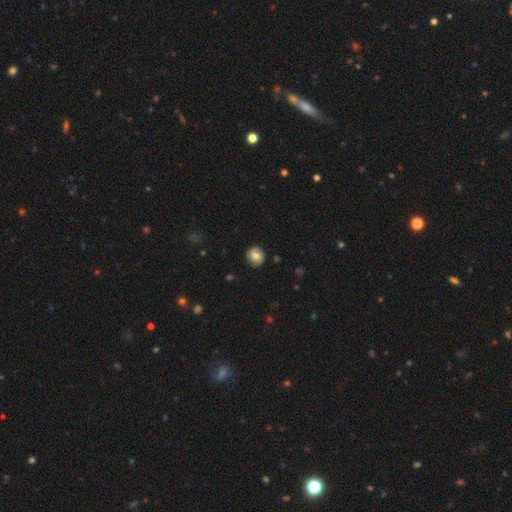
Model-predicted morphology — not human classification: Overall: smooth (73%). How rounded: round (89%). Merging: none (87%).